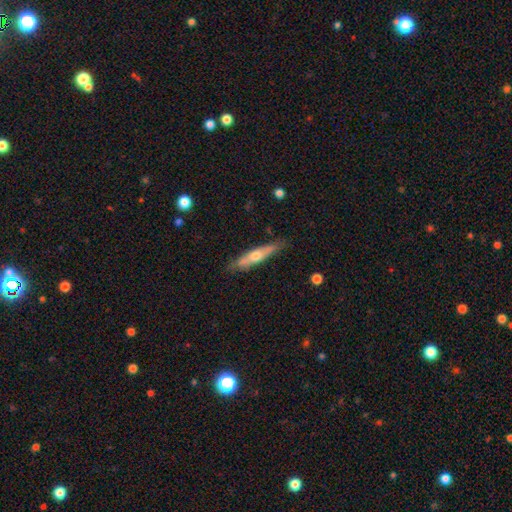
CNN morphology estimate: Q: Smooth or featured?
A: featured or disk (50%); runner-up: smooth (44%)
Q: Edge-on disk?
A: yes (86%); runner-up: no (14%)
Q: Merging?
A: none (82%); runner-up: minor disturbance (14%)